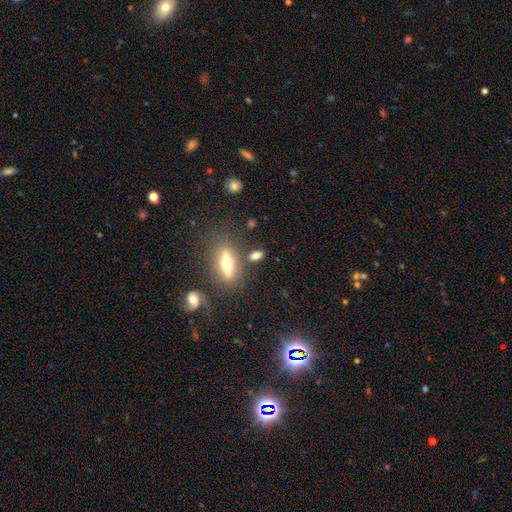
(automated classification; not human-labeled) smooth-or-featured: smooth: 64% | featured or disk: 25% | star or artifact: 11%
  how-rounded: in between: 62% | cigar-shaped: 26% | round: 12%
  merging: none: 75% | minor disturbance: 11% | merger: 9% | major disturbance: 4%